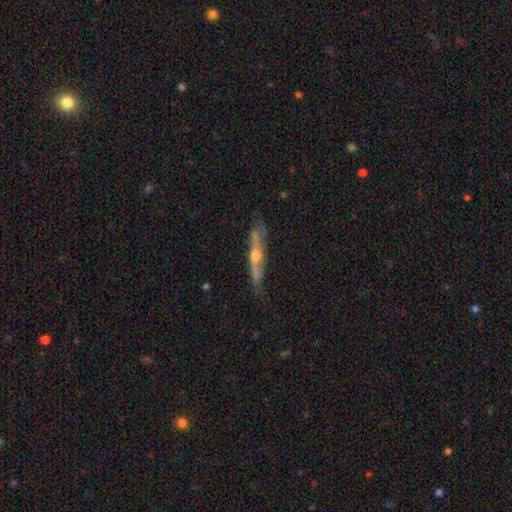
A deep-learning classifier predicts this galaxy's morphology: This is likely a featured or disk galaxy (71%). It is clearly viewed edge-on (87%). Edge-on bulge: clearly rounded (85%). Merging: likely none (73%).